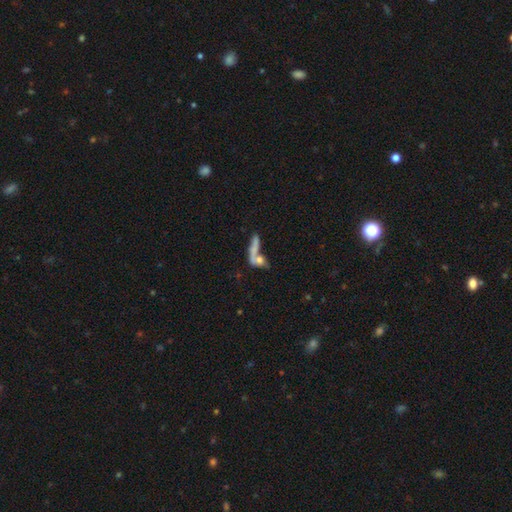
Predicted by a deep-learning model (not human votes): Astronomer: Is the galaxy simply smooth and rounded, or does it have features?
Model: smooth — 55% (runner-up: featured or disk, 33%).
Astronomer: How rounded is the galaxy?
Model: cigar-shaped — 50% (runner-up: in between, 40%).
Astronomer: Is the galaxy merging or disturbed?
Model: merger — 55%.